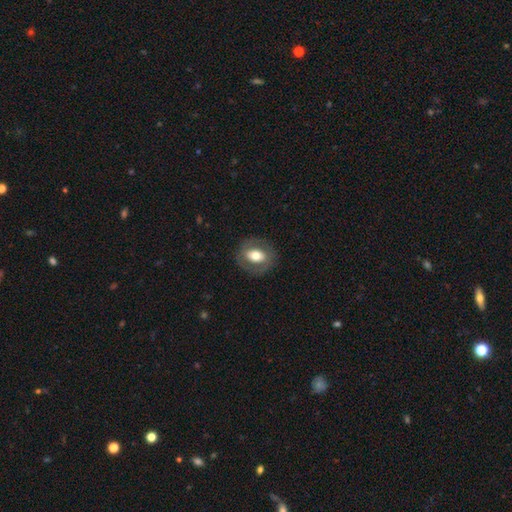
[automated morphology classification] A smooth galaxy with no disk features (54%) that is in between round and cigar-shaped (53%).

Vote fractions:
- Smooth or featured? smooth: 54% / featured or disk: 39% / star or artifact: 7%
- How rounded? in between: 53% / round: 46% / cigar-shaped: 1%
- Merging? none: 81% / minor disturbance: 11% / major disturbance: 6% / merger: 1%